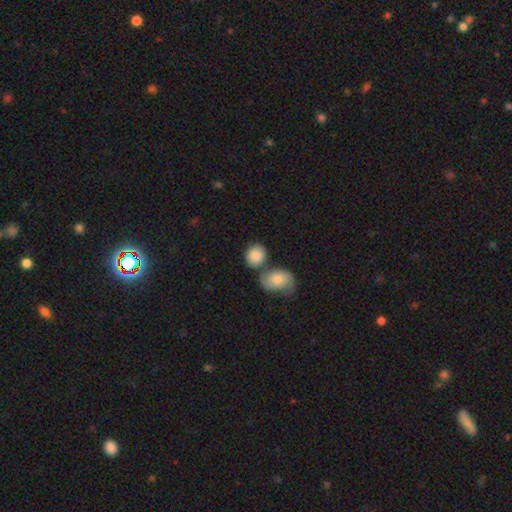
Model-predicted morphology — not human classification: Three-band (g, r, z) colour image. It shows a smooth galaxy with no disk features (83%) that is round (60%). Merging: none (44%).